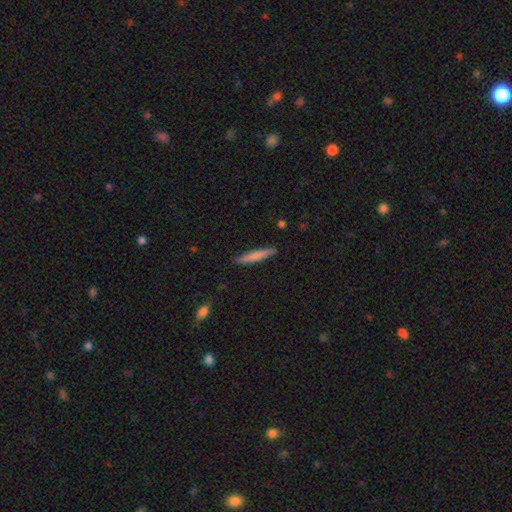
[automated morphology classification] smooth-or-featured: smooth: 74% | featured or disk: 21% | star or artifact: 6%
  how-rounded: cigar-shaped: 93% | in between: 5% | round: 1%
  merging: none: 89% | minor disturbance: 8% | major disturbance: 2% | merger: 1%